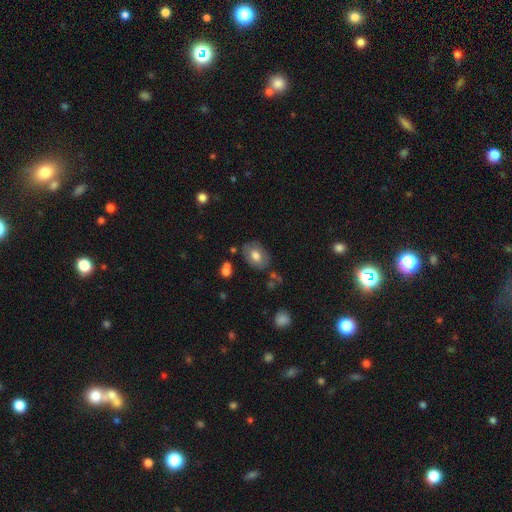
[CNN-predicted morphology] Smooth or featured?
  - smooth: 66% *
  - featured or disk: 26%
  - star or artifact: 8%
How rounded?
  - in between: 78% *
  - round: 21%
  - cigar-shaped: 1%
Merging?
  - none: 74% *
  - minor disturbance: 17%
  - major disturbance: 5%
  - merger: 5%